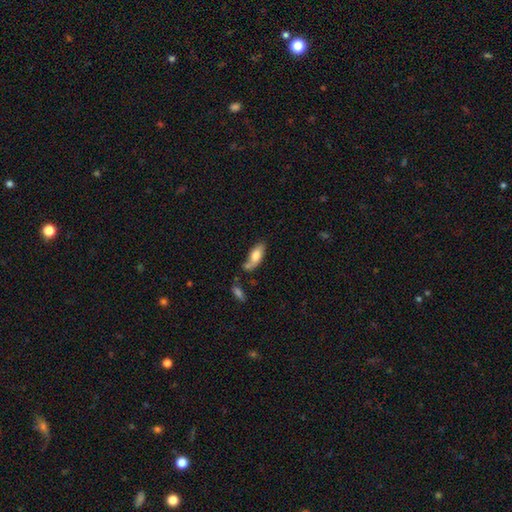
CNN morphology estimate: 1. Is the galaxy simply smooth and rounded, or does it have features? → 73% smooth, 20% featured or disk, 7% star or artifact.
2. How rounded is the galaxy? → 80% in between, 17% cigar-shaped, 3% round.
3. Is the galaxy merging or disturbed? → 51% none, 23% minor disturbance, 18% merger, 8% major disturbance.